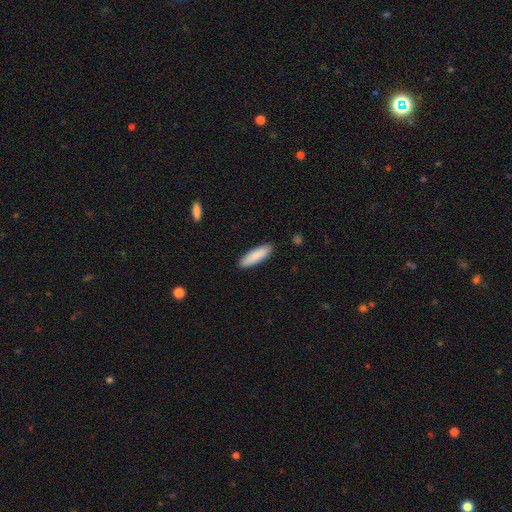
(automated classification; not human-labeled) This is clearly a smooth galaxy (87%). How rounded: likely cigar-shaped (60%). Merging: clearly none (90%).